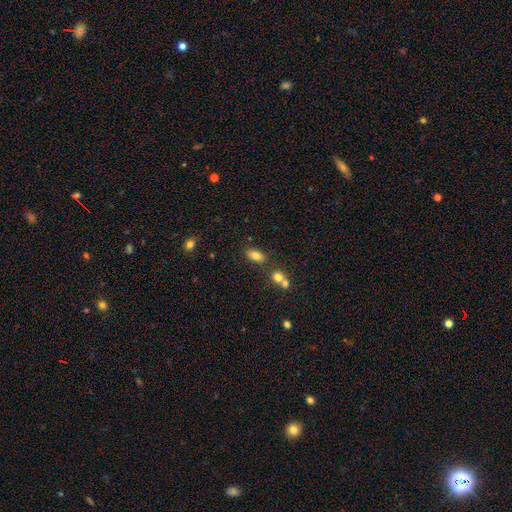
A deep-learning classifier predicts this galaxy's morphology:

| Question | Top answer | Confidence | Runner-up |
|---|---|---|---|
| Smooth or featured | smooth | 78% | featured or disk (11%) |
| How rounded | in between | 85% | round (8%) |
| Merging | none | 71% | merger (14%) |